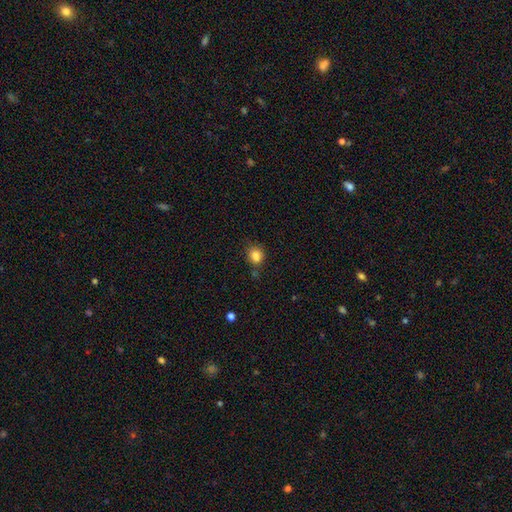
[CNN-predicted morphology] This appears to be a smooth galaxy with no disk features (83%) that is round (63%). Merging: none (66%).